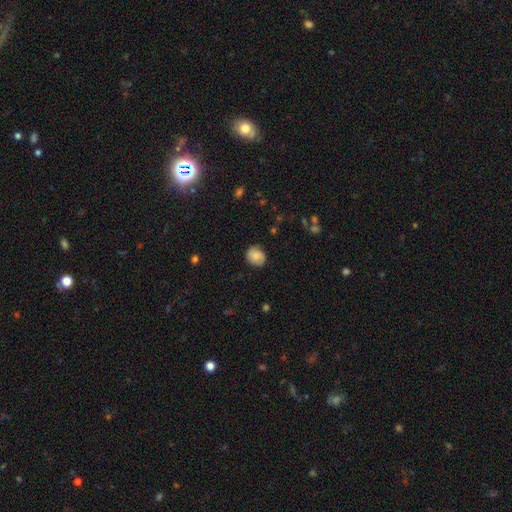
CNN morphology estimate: smooth_or_featured: smooth (p=0.65) [alt: featured or disk p=0.26]
how_rounded: round (p=0.76) [alt: in between p=0.23]
merging: none (p=0.81) [alt: minor disturbance p=0.15]